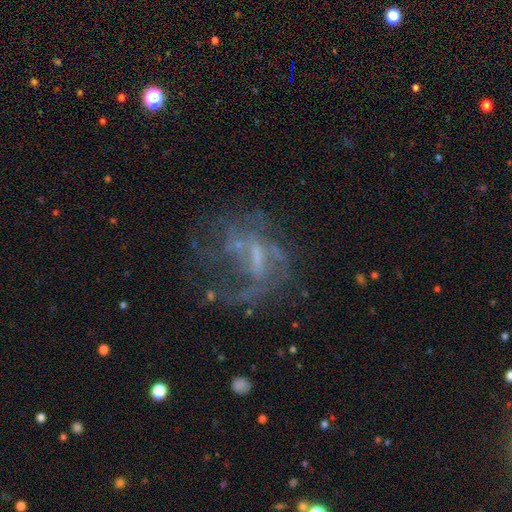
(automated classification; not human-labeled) Q: Smooth or featured?
A: featured or disk (68%); runner-up: star or artifact (17%)
Q: Edge-on disk?
A: no (96%); runner-up: yes (4%)
Q: Bar?
A: weak (41%); runner-up: no (37%)
Q: Spiral arms?
A: yes (53%); runner-up: no (47%)
Q: Bulge size?
A: none (45%); runner-up: small (32%)
Q: Merging?
A: none (40%); runner-up: major disturbance (39%)